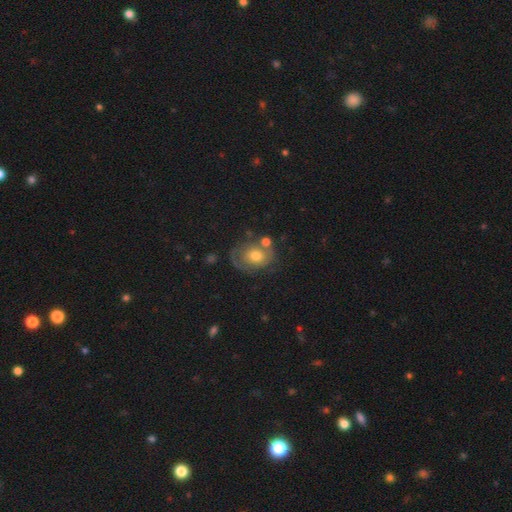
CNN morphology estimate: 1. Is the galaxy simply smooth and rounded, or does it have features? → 50% featured or disk, 41% smooth, 9% star or artifact.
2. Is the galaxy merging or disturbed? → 52% none, 23% minor disturbance, 14% major disturbance, 11% merger.